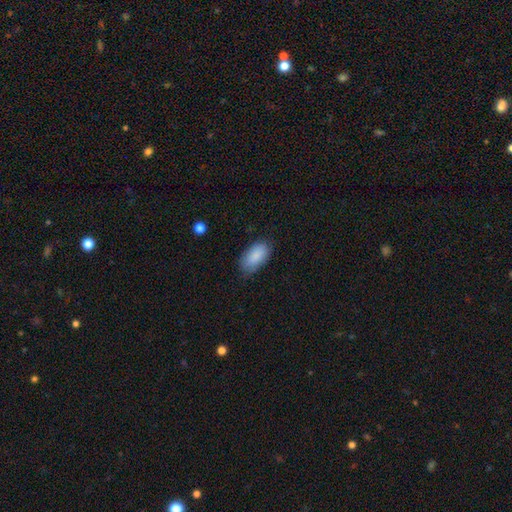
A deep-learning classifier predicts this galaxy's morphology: A smooth galaxy with no disk features (89%) that is in between round and cigar-shaped (94%). Merging: none (78%).